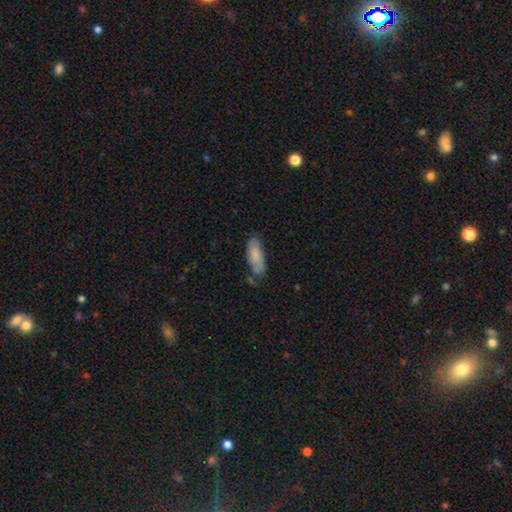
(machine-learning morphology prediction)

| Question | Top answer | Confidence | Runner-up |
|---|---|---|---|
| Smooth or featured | smooth | 83% | featured or disk (11%) |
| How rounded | in between | 73% | cigar-shaped (26%) |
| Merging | none | 68% | minor disturbance (23%) |